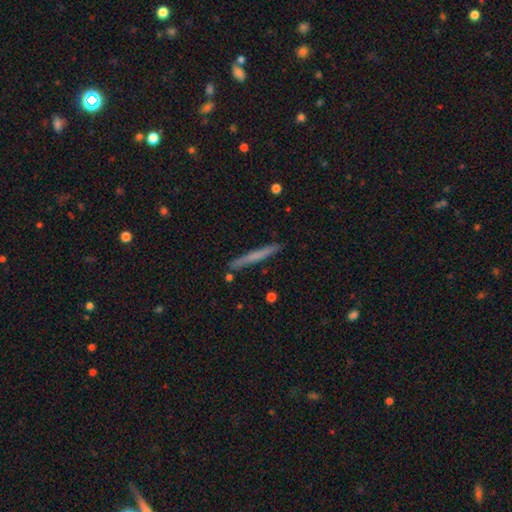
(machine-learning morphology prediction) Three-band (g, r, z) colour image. It shows a smooth galaxy with no disk features (57%) that is cigar-shaped (97%). Merging: none (89%).